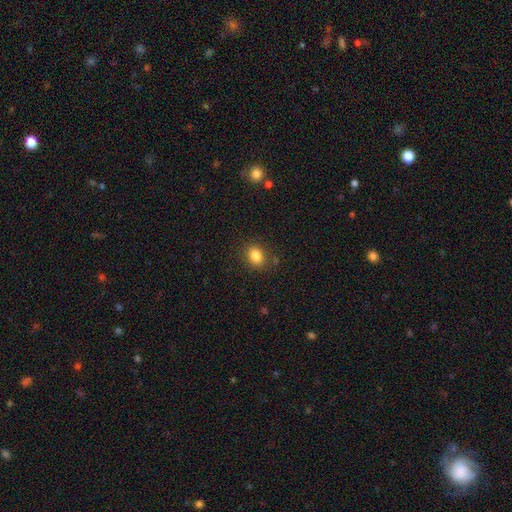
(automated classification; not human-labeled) A smooth galaxy with no disk features (83%) that is in between round and cigar-shaped (56%).

Vote fractions:
- Smooth or featured? smooth: 83% / star or artifact: 11% / featured or disk: 6%
- How rounded? in between: 56% / round: 43% / cigar-shaped: 1%
- Merging? none: 83% / minor disturbance: 11% / major disturbance: 3% / merger: 2%